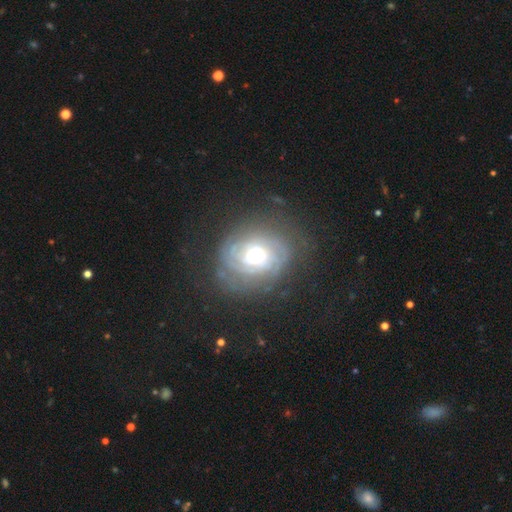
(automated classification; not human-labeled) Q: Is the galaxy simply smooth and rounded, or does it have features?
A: featured or disk — 77%.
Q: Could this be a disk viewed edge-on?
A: no — 96%.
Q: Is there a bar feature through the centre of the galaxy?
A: no — 63%.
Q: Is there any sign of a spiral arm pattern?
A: yes — 88%.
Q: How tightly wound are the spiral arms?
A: tight — 68%.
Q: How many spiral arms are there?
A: can't tell — 43%.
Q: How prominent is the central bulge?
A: moderate — 66%.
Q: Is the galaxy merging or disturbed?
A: none — 71%.